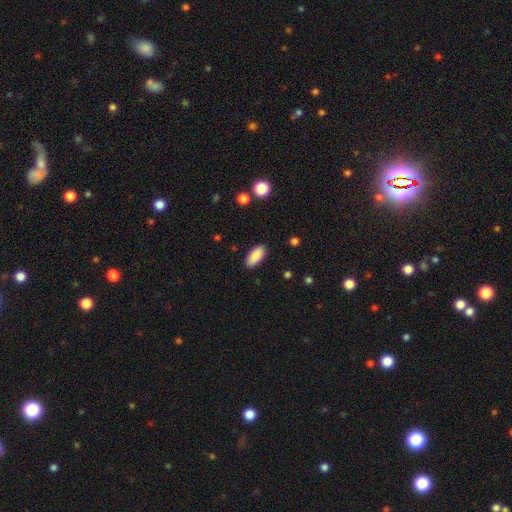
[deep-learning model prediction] Q: Smooth or featured?
A: smooth (89%); runner-up: star or artifact (7%)
Q: How rounded?
A: in between (87%); runner-up: cigar-shaped (11%)
Q: Merging?
A: none (89%); runner-up: minor disturbance (8%)